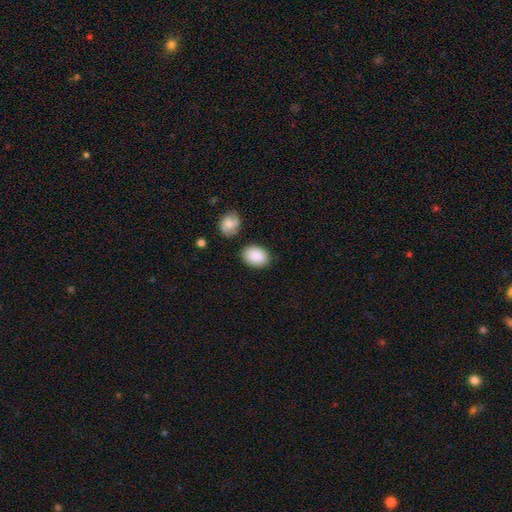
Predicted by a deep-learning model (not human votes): Smooth or featured? smooth (89%)
How rounded? in between (79%)
Merging? none (80%)